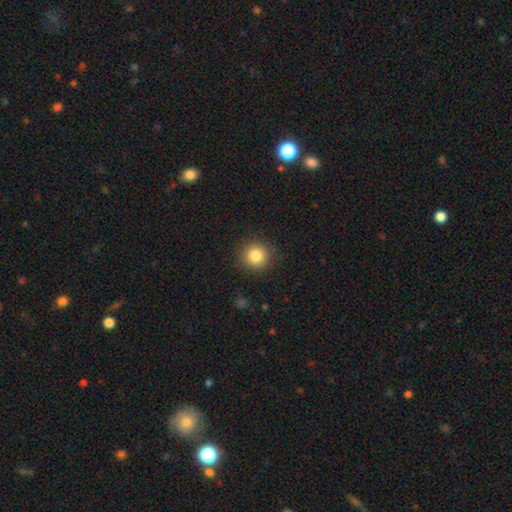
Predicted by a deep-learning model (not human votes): smooth_or_featured: smooth (p=0.83) [alt: star or artifact p=0.11]
how_rounded: round (p=0.93) [alt: in between p=0.06]
merging: none (p=0.89) [alt: minor disturbance p=0.07]